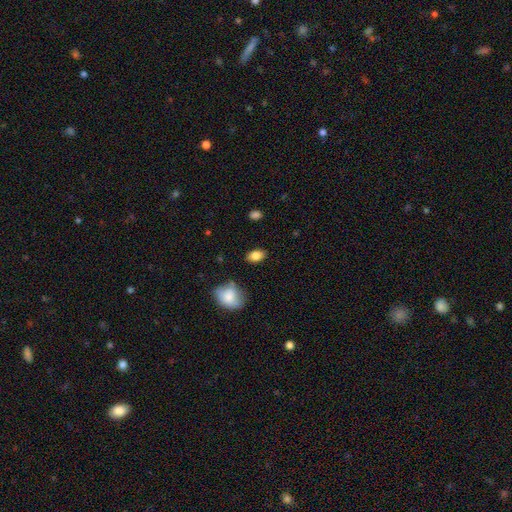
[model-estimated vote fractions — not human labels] smooth-or-featured: smooth: 84% | star or artifact: 9% | featured or disk: 8%
  how-rounded: in between: 85% | round: 13% | cigar-shaped: 2%
  merging: none: 84% | minor disturbance: 11% | major disturbance: 3% | merger: 2%